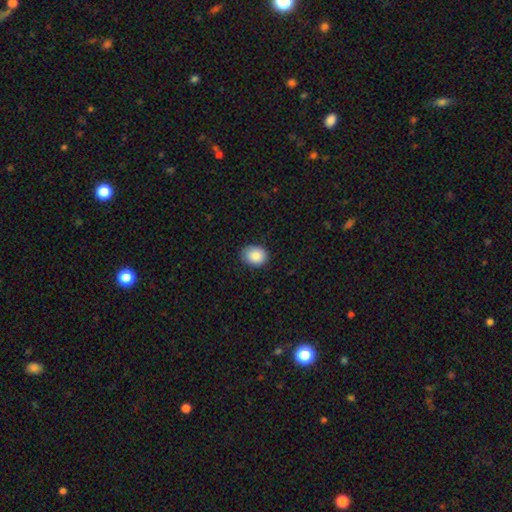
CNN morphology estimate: This appears to be a smooth galaxy with no disk features (86%) that is round (53%). Merging: none (86%).